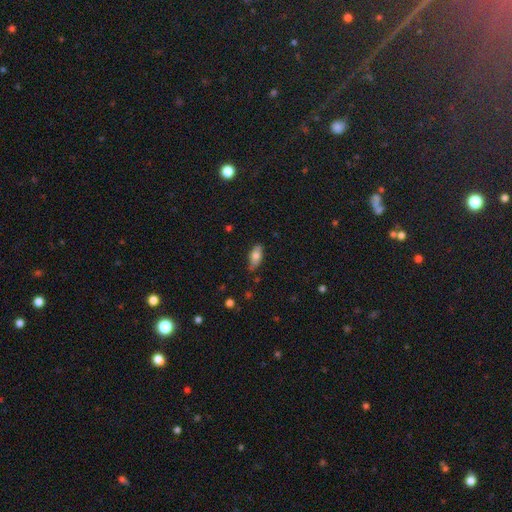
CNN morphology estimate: smooth-or-featured: smooth: 70% | featured or disk: 23% | star or artifact: 7%
  how-rounded: in between: 83% | cigar-shaped: 14% | round: 3%
  merging: none: 77% | minor disturbance: 18% | major disturbance: 3% | merger: 1%